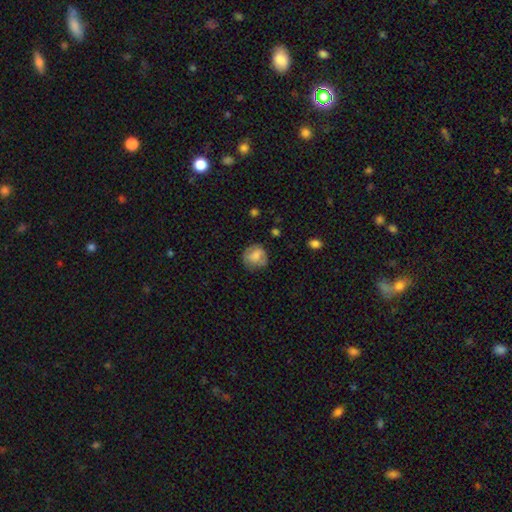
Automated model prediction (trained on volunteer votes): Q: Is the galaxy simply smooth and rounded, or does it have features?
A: smooth — 70%.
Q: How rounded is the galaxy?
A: round — 78%.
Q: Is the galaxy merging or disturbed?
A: none — 66%.